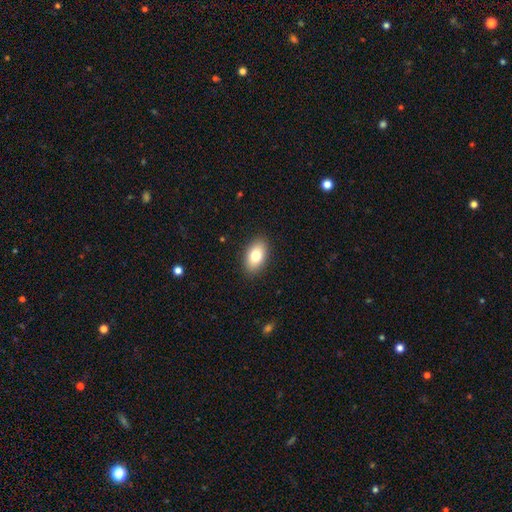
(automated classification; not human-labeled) Smooth or featured: smooth — 79% (featured or disk — 13%)
How rounded: in between — 91% (round — 7%)
Merging: none — 89% (minor disturbance — 8%)